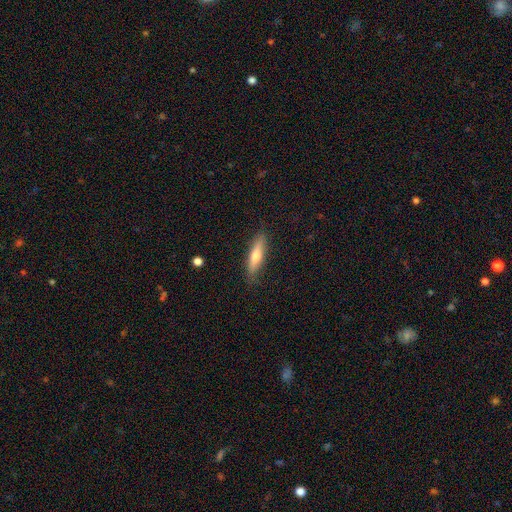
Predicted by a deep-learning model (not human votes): smooth-or-featured: smooth: 64% | featured or disk: 30% | star or artifact: 6%
  how-rounded: cigar-shaped: 74% | in between: 25% | round: 2%
  merging: none: 84% | minor disturbance: 13% | major disturbance: 3% | merger: 1%